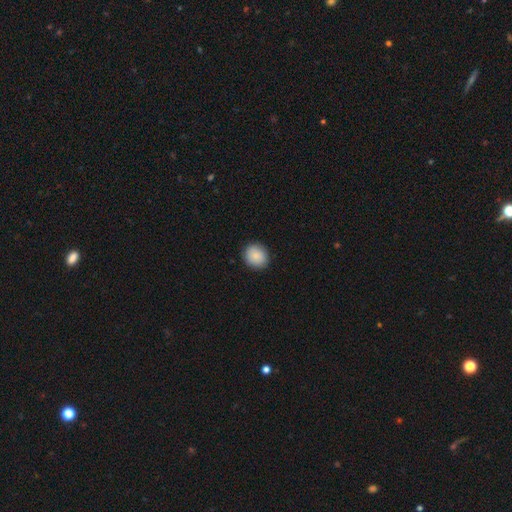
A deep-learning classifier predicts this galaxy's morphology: type=smooth (88%); roundness=round (80%); merging=none (90%).